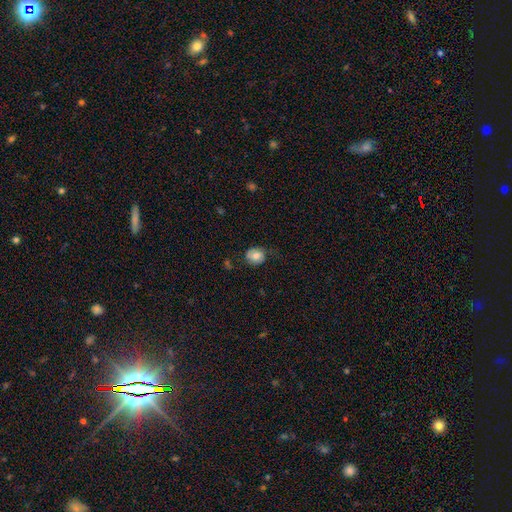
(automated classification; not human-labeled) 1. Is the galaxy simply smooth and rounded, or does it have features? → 72% smooth, 19% featured or disk, 9% star or artifact.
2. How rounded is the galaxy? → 63% round, 36% in between, 1% cigar-shaped.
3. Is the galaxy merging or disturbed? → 59% none, 27% minor disturbance, 12% major disturbance, 2% merger.